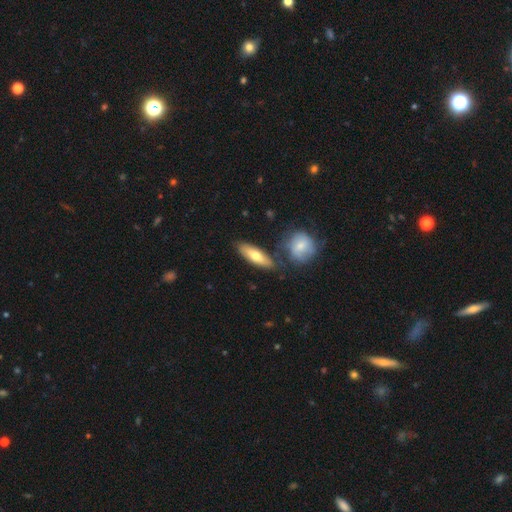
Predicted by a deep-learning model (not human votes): smooth_or_featured: smooth (p=0.65) [alt: featured or disk p=0.29]
how_rounded: in between (p=0.49) [alt: cigar-shaped p=0.48]
merging: none (p=0.75) [alt: minor disturbance p=0.12]